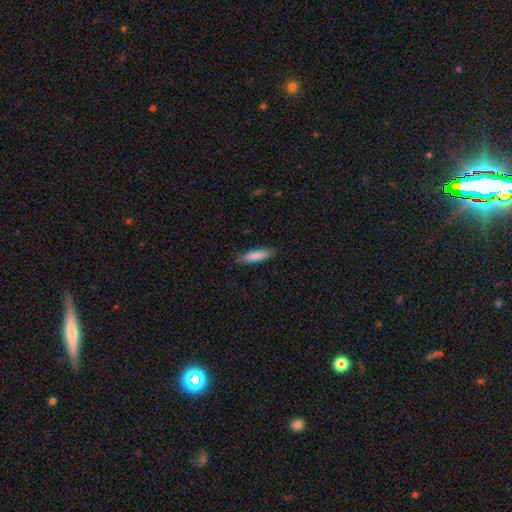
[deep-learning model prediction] Morphology: type=smooth (82%); roundness=cigar-shaped (82%); merging=none (85%).